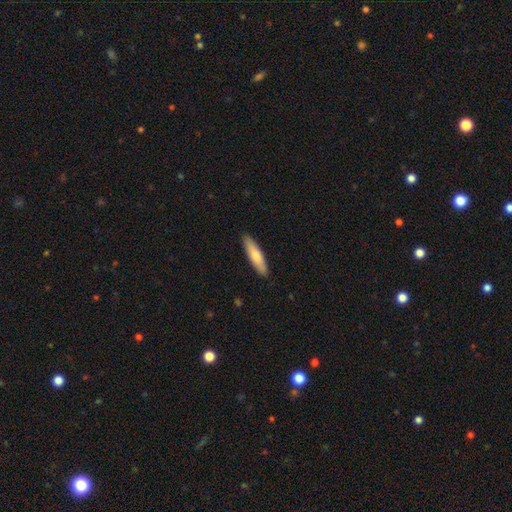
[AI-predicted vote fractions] Smooth or featured?
  - smooth: 73% *
  - featured or disk: 22%
  - star or artifact: 5%
How rounded?
  - cigar-shaped: 72% *
  - in between: 26%
  - round: 2%
Merging?
  - none: 90% *
  - minor disturbance: 8%
  - major disturbance: 1%
  - merger: 1%